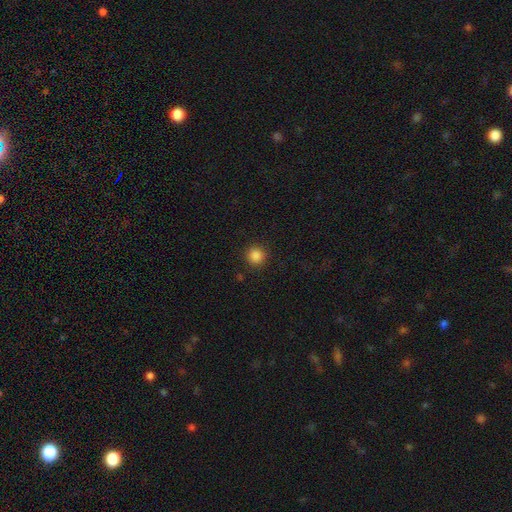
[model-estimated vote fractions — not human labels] Smooth or featured? Predicted: smooth (p=0.86). How rounded? Predicted: round (p=0.94). Merging? Predicted: none (p=0.91).